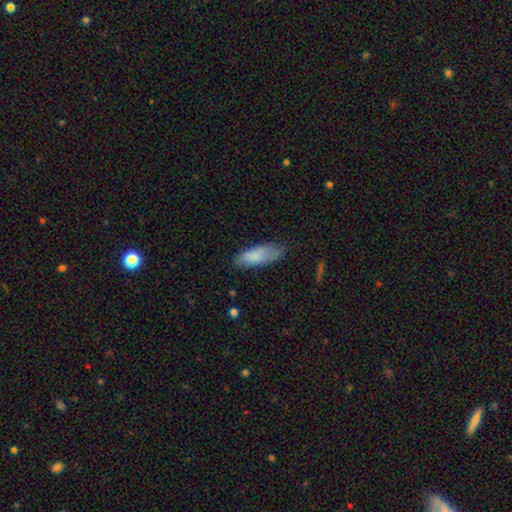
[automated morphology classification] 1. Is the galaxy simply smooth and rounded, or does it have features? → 83% smooth, 11% featured or disk, 6% star or artifact.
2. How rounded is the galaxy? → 70% in between, 29% cigar-shaped, 2% round.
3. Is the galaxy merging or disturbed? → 68% none, 25% minor disturbance, 5% major disturbance, 2% merger.